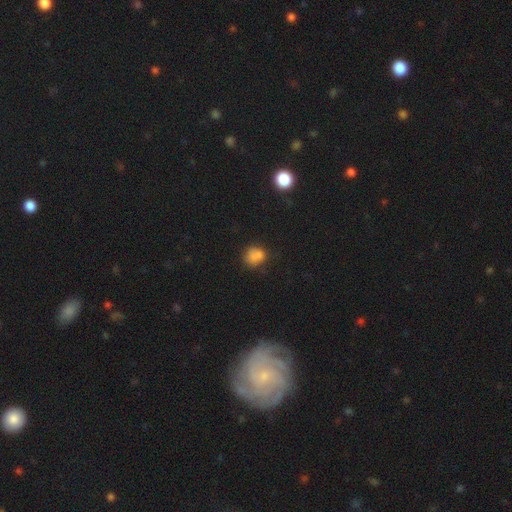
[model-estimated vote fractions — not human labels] smooth_or_featured: smooth (p=0.76) [alt: star or artifact p=0.14]
how_rounded: round (p=0.72) [alt: in between p=0.26]
merging: none (p=0.58) [alt: minor disturbance p=0.22]